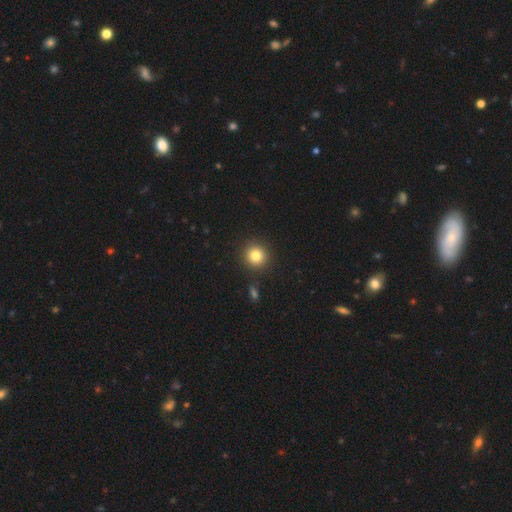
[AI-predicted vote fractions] smooth_or_featured: smooth (p=0.83) [alt: star or artifact p=0.11]
how_rounded: round (p=0.93) [alt: in between p=0.06]
merging: none (p=0.89) [alt: minor disturbance p=0.06]